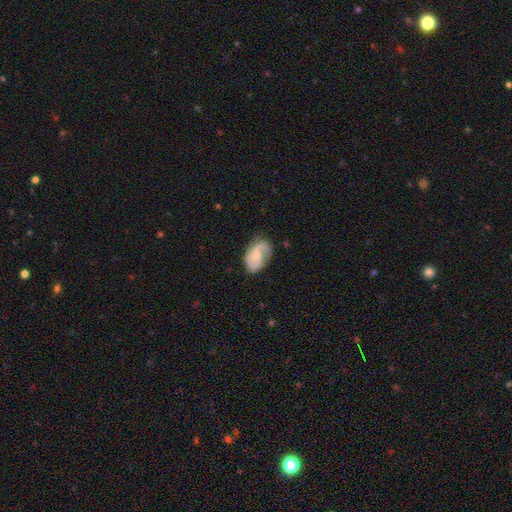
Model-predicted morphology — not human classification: A featured or disk galaxy (72%) with no bar (59%), 2 (74%) medium (47%) spiral arms (95%) and a small central bulge (43%). Merging: none (70%).